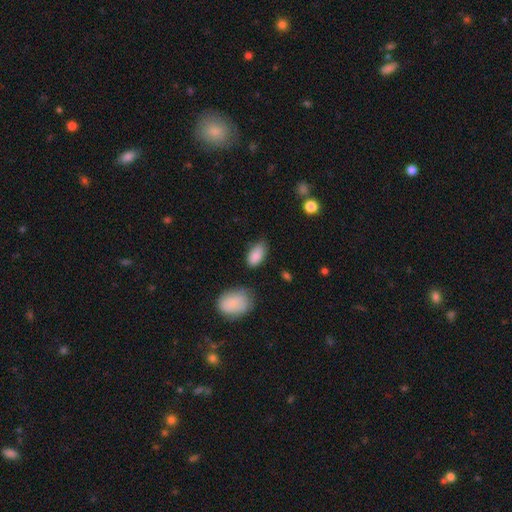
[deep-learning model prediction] Smooth or featured? Predicted: smooth (p=0.87). How rounded? Predicted: in between (p=0.93). Merging? Predicted: none (p=0.67).